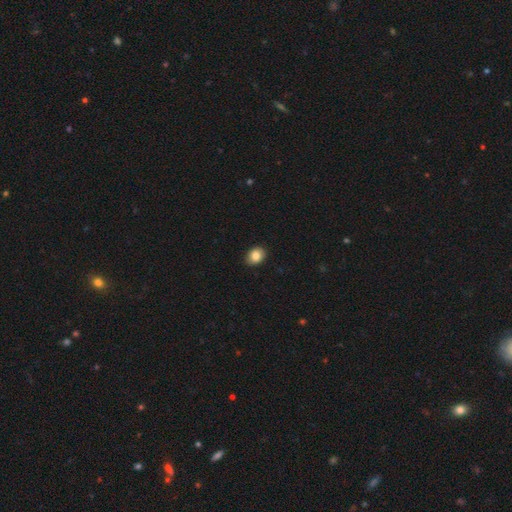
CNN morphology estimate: A smooth galaxy with no disk features (85%) that is in between round and cigar-shaped (61%). Merging: none (88%).